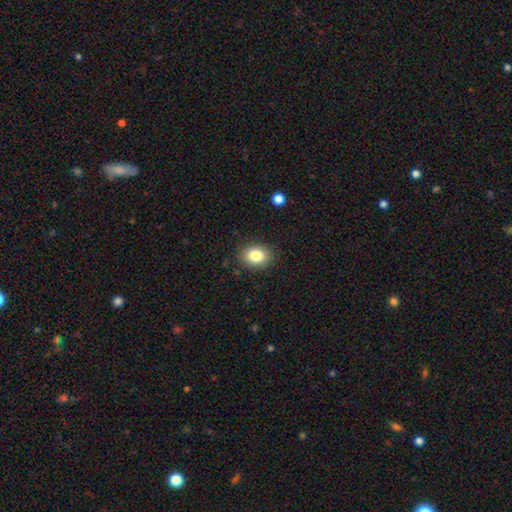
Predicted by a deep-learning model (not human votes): Morphology: type=smooth (83%); roundness=in between (60%); merging=none (87%).